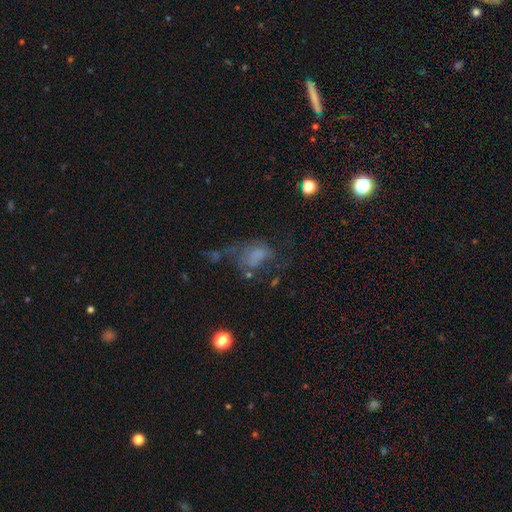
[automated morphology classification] Smooth or featured?
  - smooth: 46% *
  - featured or disk: 35%
  - star or artifact: 19%
Merging?
  - major disturbance: 42% *
  - none: 29%
  - minor disturbance: 20%
  - merger: 9%